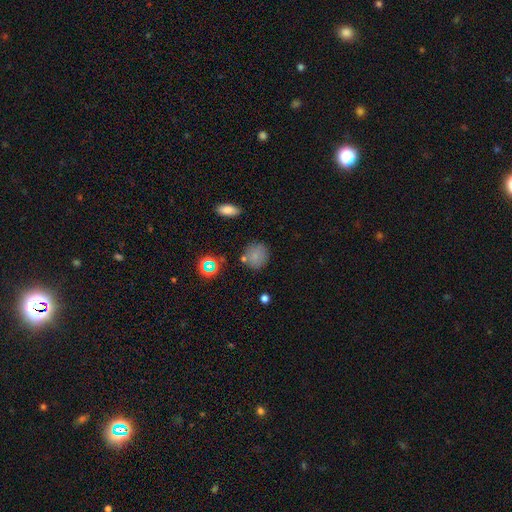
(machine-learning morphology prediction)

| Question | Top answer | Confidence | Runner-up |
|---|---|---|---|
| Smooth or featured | smooth | 74% | star or artifact (16%) |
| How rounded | round | 86% | in between (13%) |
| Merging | none | 74% | minor disturbance (14%) |